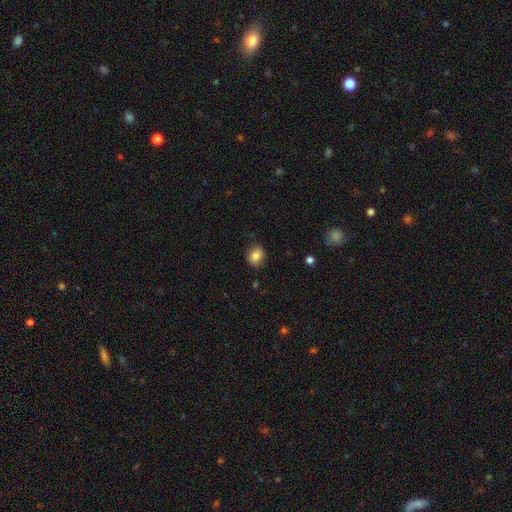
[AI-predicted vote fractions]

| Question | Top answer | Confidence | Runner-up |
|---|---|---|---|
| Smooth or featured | smooth | 85% | star or artifact (10%) |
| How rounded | round | 64% | in between (35%) |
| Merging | none | 86% | minor disturbance (10%) |